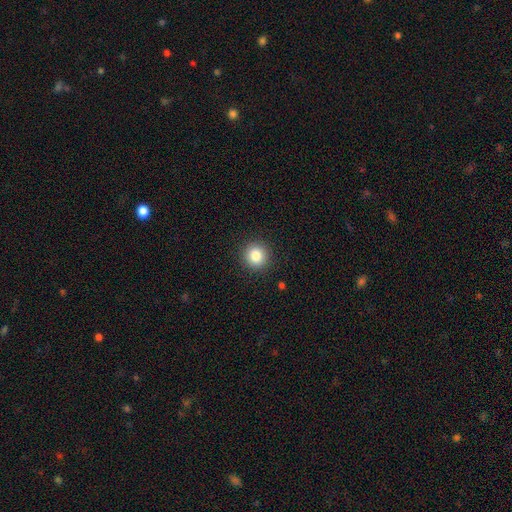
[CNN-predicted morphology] smooth-or-featured: smooth: 84% | star or artifact: 10% | featured or disk: 6%
  how-rounded: round: 93% | in between: 6% | cigar-shaped: 1%
  merging: none: 91% | minor disturbance: 6% | major disturbance: 2% | merger: 1%